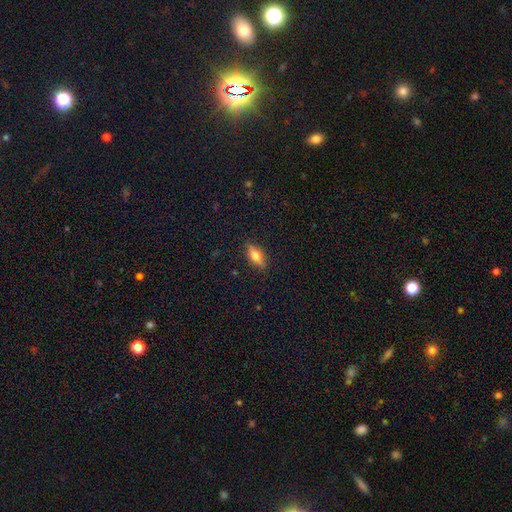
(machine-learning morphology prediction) smooth-or-featured: smooth: 56% | featured or disk: 37% | star or artifact: 8%
  how-rounded: in between: 61% | cigar-shaped: 35% | round: 4%
  merging: none: 87% | minor disturbance: 10% | major disturbance: 2% | merger: 1%